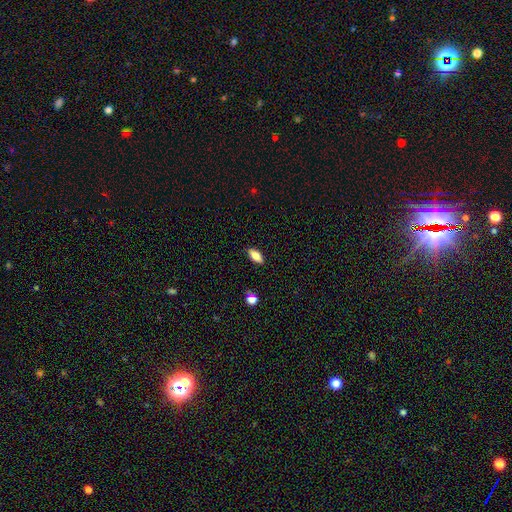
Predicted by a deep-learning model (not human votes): A smooth galaxy with no disk features (76%) that is in between round and cigar-shaped (82%).

Vote fractions:
- Smooth or featured? smooth: 76% / featured or disk: 15% / star or artifact: 8%
- How rounded? in between: 82% / cigar-shaped: 15% / round: 3%
- Merging? none: 88% / minor disturbance: 9% / major disturbance: 2% / merger: 1%